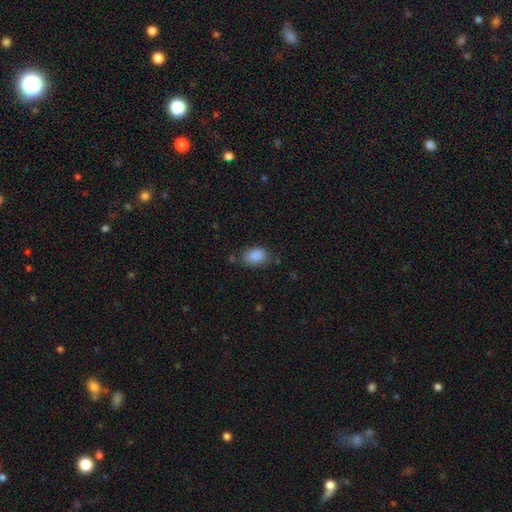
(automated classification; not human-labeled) This is clearly a smooth galaxy (88%). How rounded: clearly in between (85%). Merging: likely none (74%).